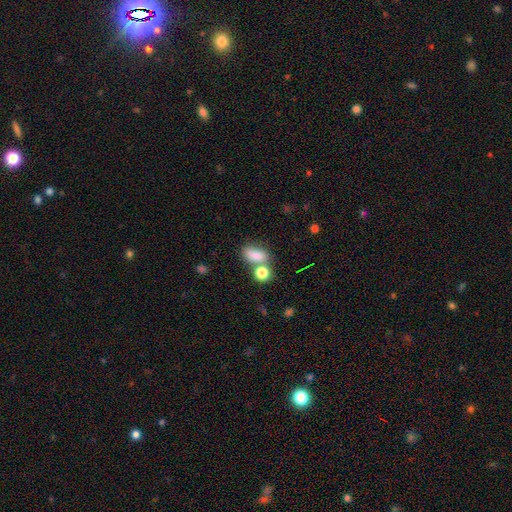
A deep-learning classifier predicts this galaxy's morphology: Smooth or featured? Predicted: smooth (p=0.80). How rounded? Predicted: in between (p=0.78). Merging? Predicted: none (p=0.47).